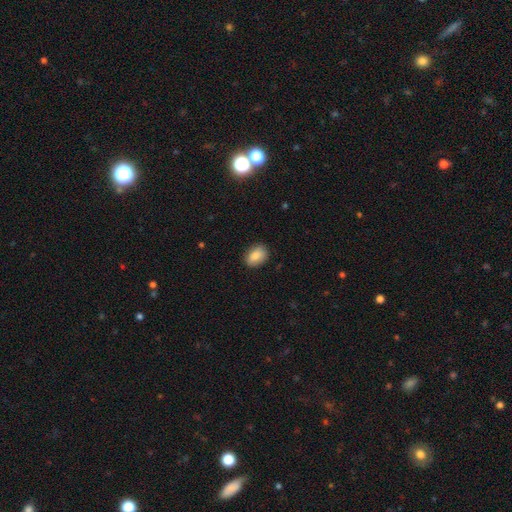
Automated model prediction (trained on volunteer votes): Morphology: type=smooth (85%); roundness=in between (79%); merging=none (86%).